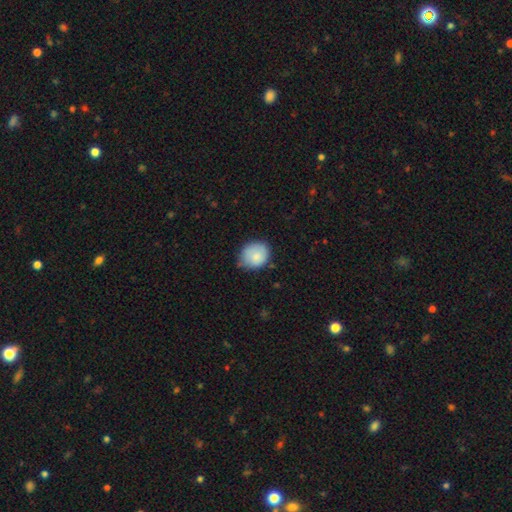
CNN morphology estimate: smooth-or-featured: smooth: 81% | featured or disk: 12% | star or artifact: 7%
  how-rounded: round: 70% | in between: 29% | cigar-shaped: 1%
  merging: none: 67% | minor disturbance: 27% | major disturbance: 5% | merger: 2%